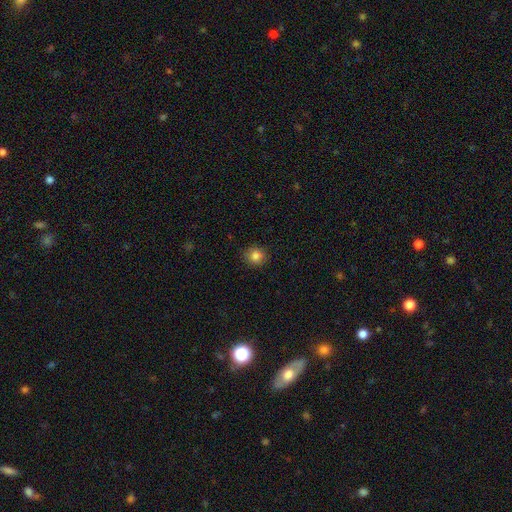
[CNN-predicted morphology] smooth_or_featured: smooth (p=0.83) [alt: star or artifact p=0.12]
how_rounded: round (p=0.84) [alt: in between p=0.15]
merging: none (p=0.86) [alt: minor disturbance p=0.10]